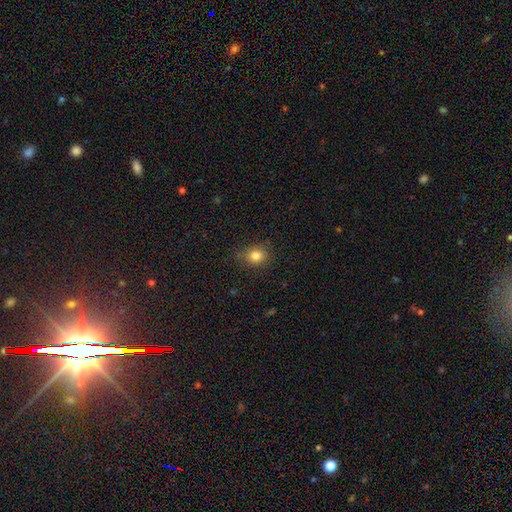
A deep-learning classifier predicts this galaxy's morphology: Q: Smooth or featured?
A: smooth (83%); runner-up: star or artifact (11%)
Q: How rounded?
A: round (66%); runner-up: in between (33%)
Q: Merging?
A: none (81%); runner-up: minor disturbance (14%)